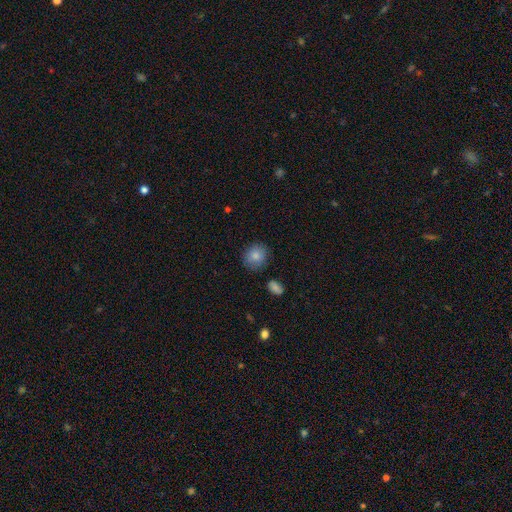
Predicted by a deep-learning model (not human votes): The model was most divided on "how rounded": round: 80%, in between: 19%, cigar-shaped: 1%. More confident: merging — none (85%); smooth or featured — smooth (84%).